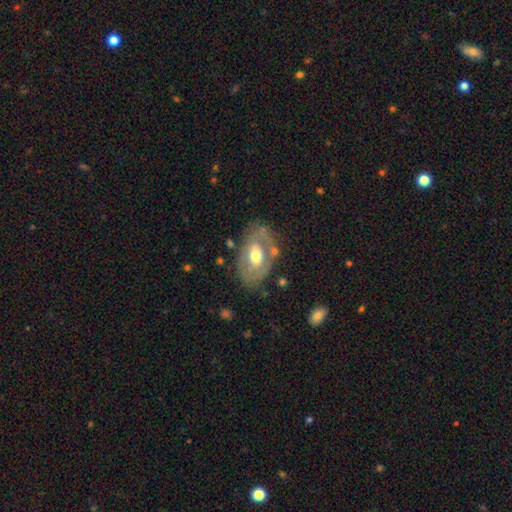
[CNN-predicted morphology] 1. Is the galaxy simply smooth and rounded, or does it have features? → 58% featured or disk, 36% smooth, 6% star or artifact.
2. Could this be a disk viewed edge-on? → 91% no, 9% yes.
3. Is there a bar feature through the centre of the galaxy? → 63% no, 27% weak, 10% strong.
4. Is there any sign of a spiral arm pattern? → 68% no, 32% yes.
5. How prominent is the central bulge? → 72% moderate, 13% large, 13% small, 1% dominant, 1% none.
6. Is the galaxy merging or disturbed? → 66% none, 20% minor disturbance, 9% major disturbance, 5% merger.